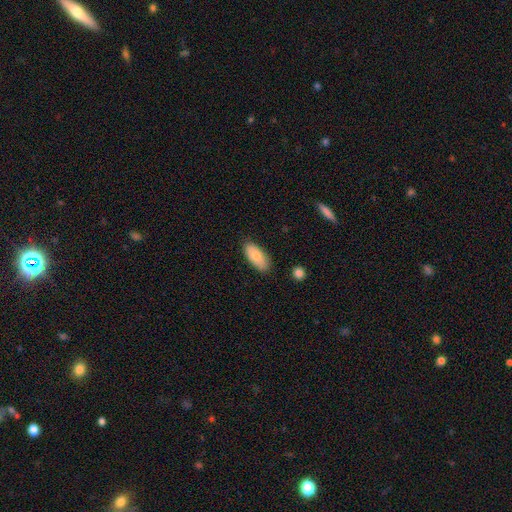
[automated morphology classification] A smooth galaxy with no disk features (80%) that is in between round and cigar-shaped (91%).

Vote fractions:
- Smooth or featured? smooth: 80% / featured or disk: 13% / star or artifact: 6%
- How rounded? in between: 91% / cigar-shaped: 7% / round: 2%
- Merging? none: 83% / minor disturbance: 13% / major disturbance: 2% / merger: 2%